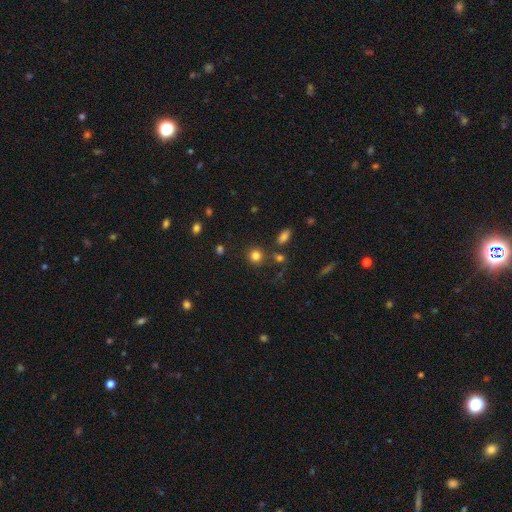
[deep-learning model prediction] A smooth galaxy with no disk features (81%) that is round (86%). Merging: none (79%).